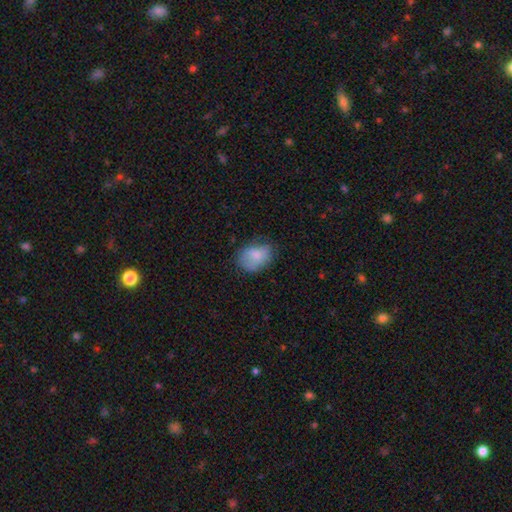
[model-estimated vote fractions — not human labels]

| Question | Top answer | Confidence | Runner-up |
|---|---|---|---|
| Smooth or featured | smooth | 79% | featured or disk (14%) |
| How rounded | in between | 73% | round (26%) |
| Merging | none | 60% | minor disturbance (29%) |